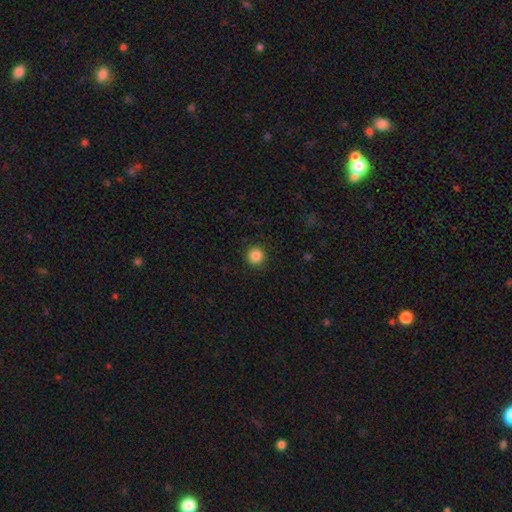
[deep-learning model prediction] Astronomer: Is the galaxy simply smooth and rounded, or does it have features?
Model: smooth — 86%.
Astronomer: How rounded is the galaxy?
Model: round — 93%.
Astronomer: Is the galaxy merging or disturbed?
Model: none — 91%.